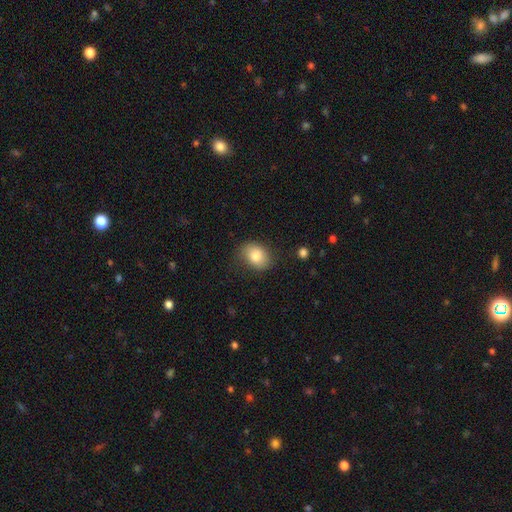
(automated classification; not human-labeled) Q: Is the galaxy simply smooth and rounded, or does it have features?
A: smooth — 82%.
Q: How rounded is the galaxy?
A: in between — 66%.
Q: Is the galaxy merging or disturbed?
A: none — 74%.